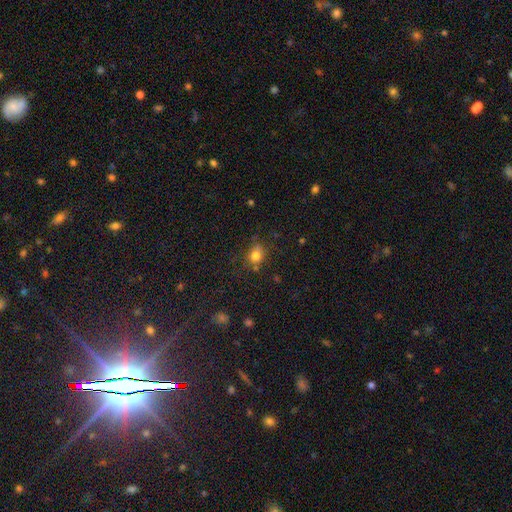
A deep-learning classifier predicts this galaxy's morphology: Smooth or featured: smooth — 78% (star or artifact — 14%)
How rounded: round — 63% (in between — 36%)
Merging: none — 66% (minor disturbance — 19%)